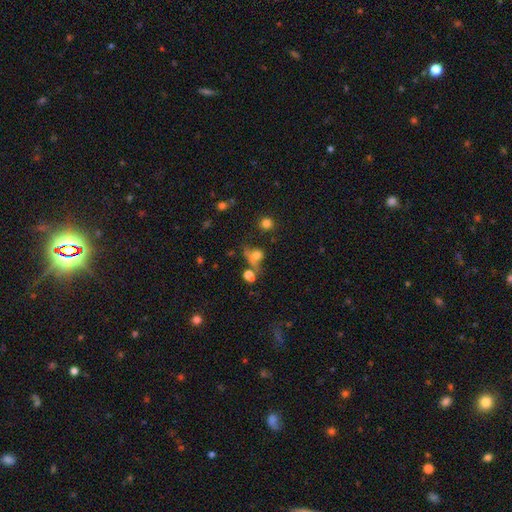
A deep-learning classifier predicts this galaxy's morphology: This is likely a smooth galaxy (64%). How rounded: possibly round (59%). Merging: marginally none (38%).